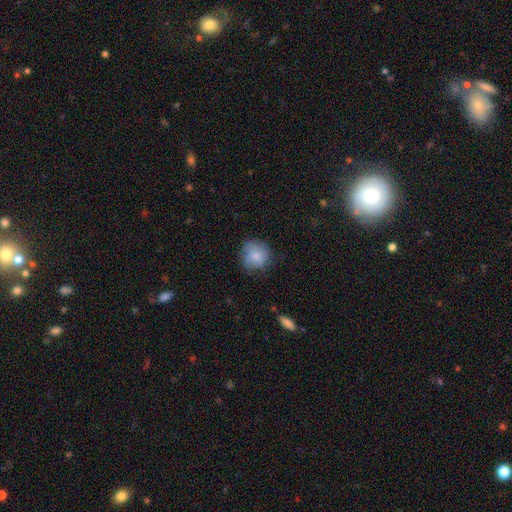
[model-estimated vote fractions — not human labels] A smooth galaxy with no disk features (81%) that is round (87%).

Vote fractions:
- Smooth or featured? smooth: 81% / featured or disk: 11% / star or artifact: 8%
- How rounded? round: 87% / in between: 12% / cigar-shaped: 1%
- Merging? none: 69% / minor disturbance: 23% / major disturbance: 6% / merger: 1%